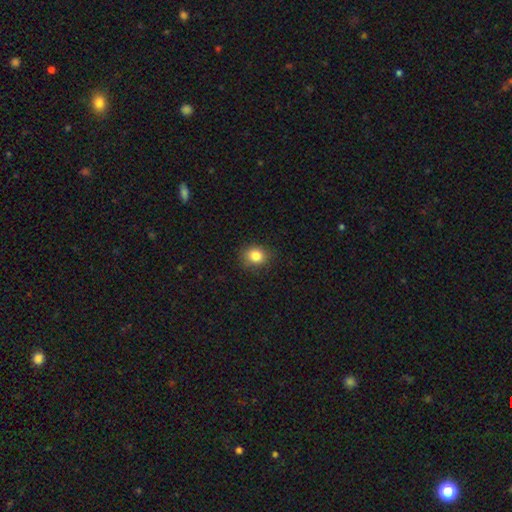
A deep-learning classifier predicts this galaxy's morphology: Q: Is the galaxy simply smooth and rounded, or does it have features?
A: smooth — 84%.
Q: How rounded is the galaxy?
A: round — 62%.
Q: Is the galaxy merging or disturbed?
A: none — 84%.